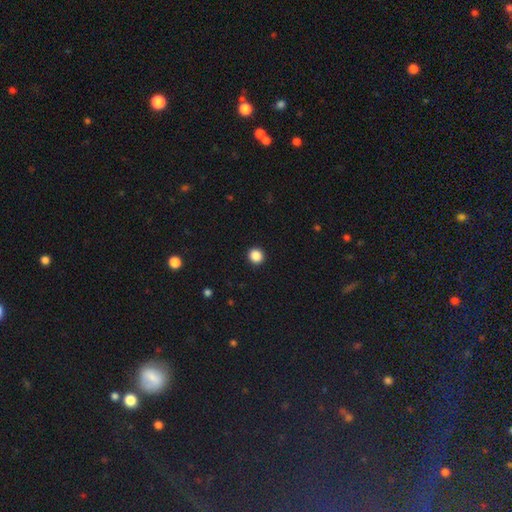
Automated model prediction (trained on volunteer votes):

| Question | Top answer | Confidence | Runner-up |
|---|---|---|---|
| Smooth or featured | smooth | 87% | star or artifact (10%) |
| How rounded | round | 91% | in between (8%) |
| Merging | none | 93% | minor disturbance (4%) |